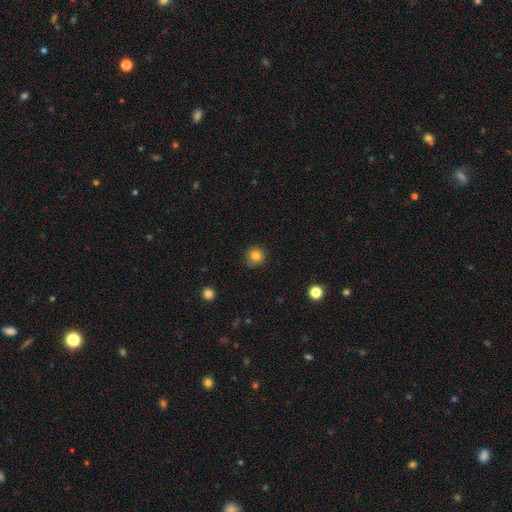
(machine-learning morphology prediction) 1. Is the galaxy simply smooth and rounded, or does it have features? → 82% smooth, 11% star or artifact, 6% featured or disk.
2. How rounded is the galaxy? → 92% round, 7% in between, 1% cigar-shaped.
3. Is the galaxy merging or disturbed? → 85% none, 11% minor disturbance, 2% major disturbance, 1% merger.